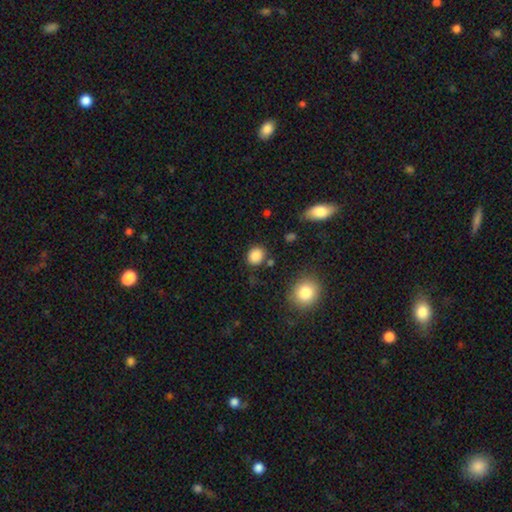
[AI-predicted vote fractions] Smooth or featured?
  - smooth: 86% *
  - star or artifact: 10%
  - featured or disk: 4%
How rounded?
  - round: 60% *
  - in between: 39%
  - cigar-shaped: 1%
Merging?
  - none: 80% *
  - minor disturbance: 12%
  - major disturbance: 4%
  - merger: 4%